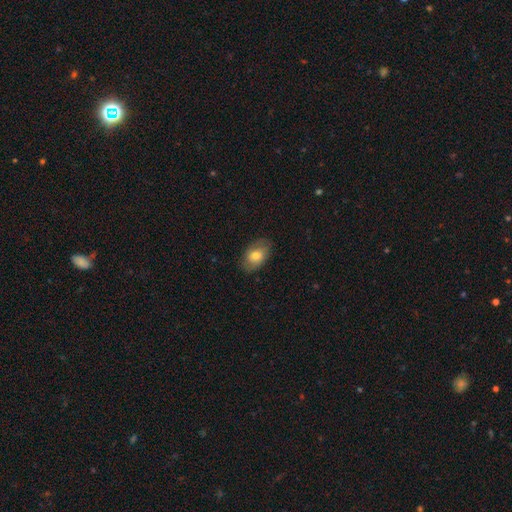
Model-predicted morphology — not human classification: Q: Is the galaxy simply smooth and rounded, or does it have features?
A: smooth — 69%.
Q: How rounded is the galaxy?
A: in between — 88%.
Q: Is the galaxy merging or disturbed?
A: none — 81%.